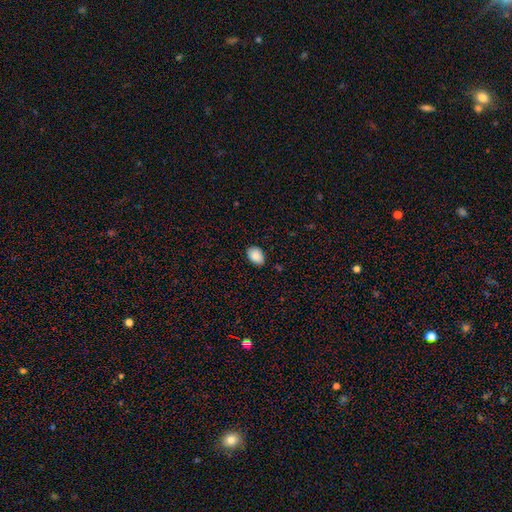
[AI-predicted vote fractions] A smooth galaxy with no disk features (87%) that is in between round and cigar-shaped (85%). Merging: none (84%).